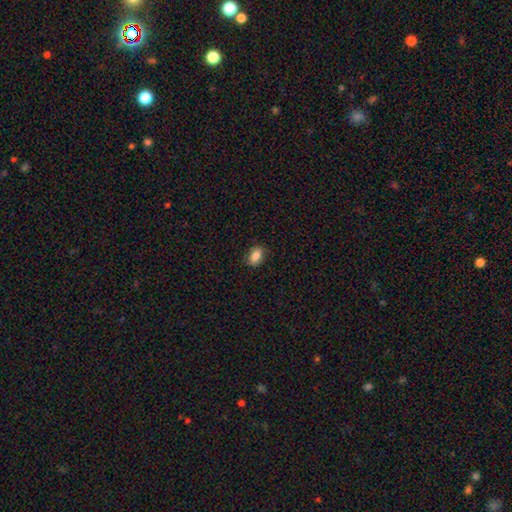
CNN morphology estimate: Overall: smooth (83%). How rounded: in between (82%). Merging: none (82%).